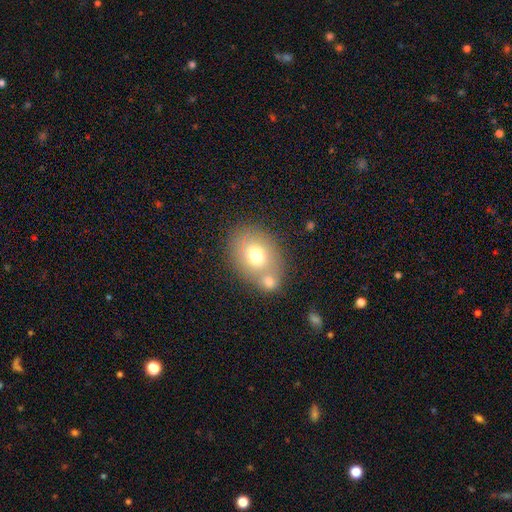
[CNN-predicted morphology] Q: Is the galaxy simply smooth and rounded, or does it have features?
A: smooth — 70%.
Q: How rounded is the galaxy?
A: in between — 54%.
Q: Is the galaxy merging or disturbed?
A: none — 50%.